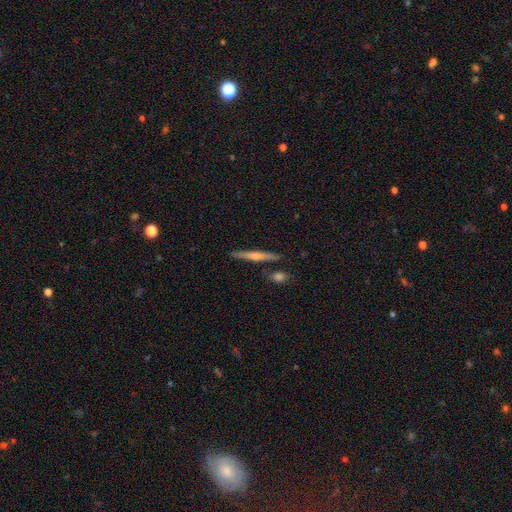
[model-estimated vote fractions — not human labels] smooth-or-featured: featured or disk: 67% | smooth: 24% | star or artifact: 9%
  disk-edge-on: yes: 96% | no: 4%
    edge-on-bulge: rounded: 74% | none: 17% | boxy: 9%
  merging: none: 83% | minor disturbance: 8% | merger: 5% | major disturbance: 3%